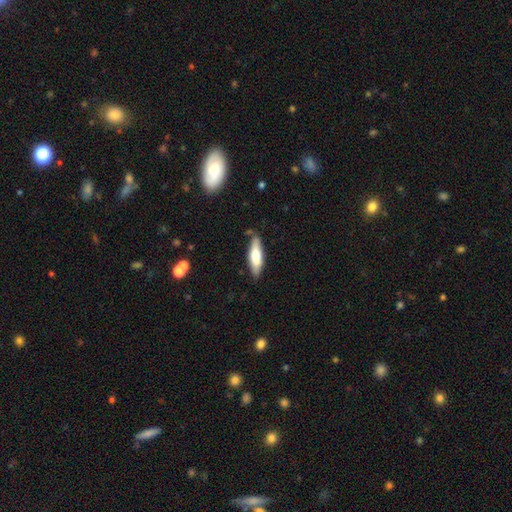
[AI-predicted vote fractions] Smooth or featured: smooth — 63% (featured or disk — 31%)
How rounded: cigar-shaped — 53% (in between — 45%)
Merging: none — 81% (minor disturbance — 14%)